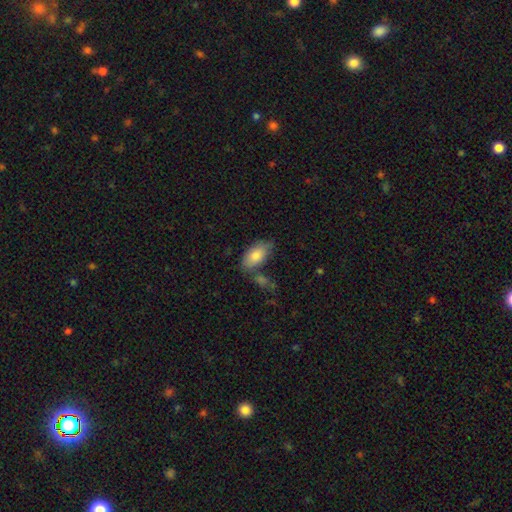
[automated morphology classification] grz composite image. It shows a smooth galaxy with no disk features (82%) that is in between round and cigar-shaped (92%). Merging: none (61%).